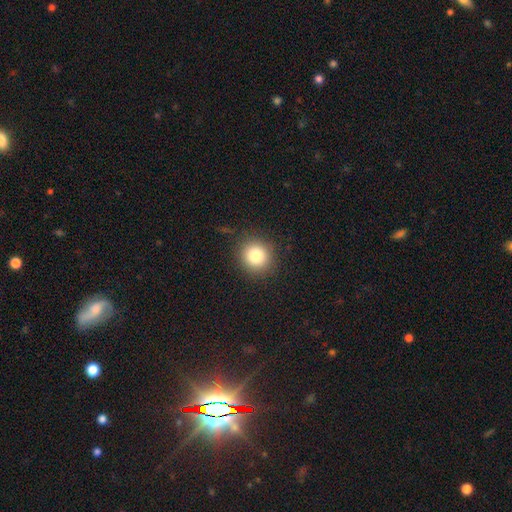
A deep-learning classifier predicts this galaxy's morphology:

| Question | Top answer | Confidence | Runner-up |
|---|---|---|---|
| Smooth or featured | smooth | 81% | star or artifact (12%) |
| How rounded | round | 89% | in between (10%) |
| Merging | none | 89% | minor disturbance (7%) |